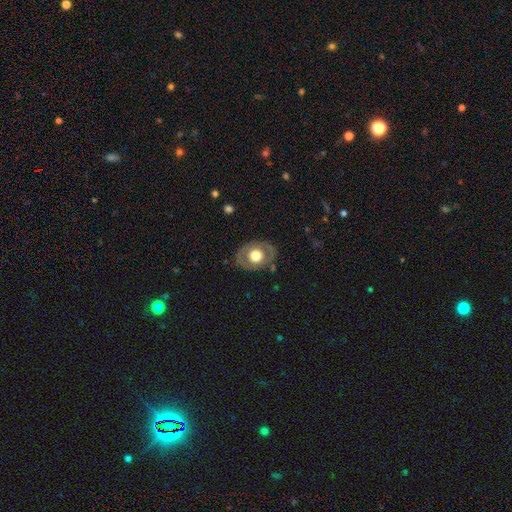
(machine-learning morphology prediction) smooth 49%, featured or disk 44%, star or artifact 6%. Down the decision tree: merging — none (80%).